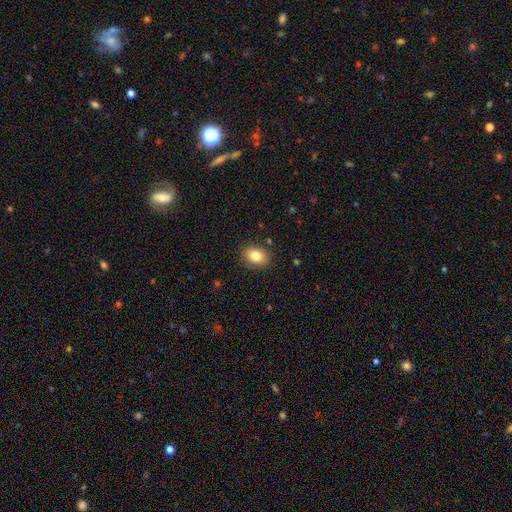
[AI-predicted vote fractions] Smooth or featured?
  - smooth: 82% *
  - star or artifact: 9%
  - featured or disk: 9%
How rounded?
  - in between: 62% *
  - round: 37%
  - cigar-shaped: 1%
Merging?
  - none: 87% *
  - minor disturbance: 9%
  - major disturbance: 2%
  - merger: 1%